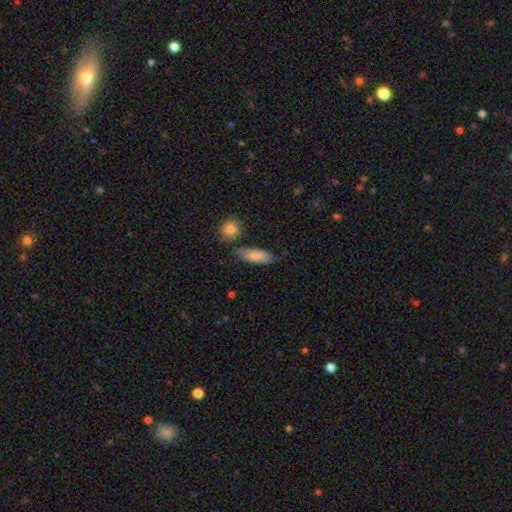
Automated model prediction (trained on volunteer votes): Smooth or featured? smooth (81%)
How rounded? in between (69%)
Merging? none (68%)